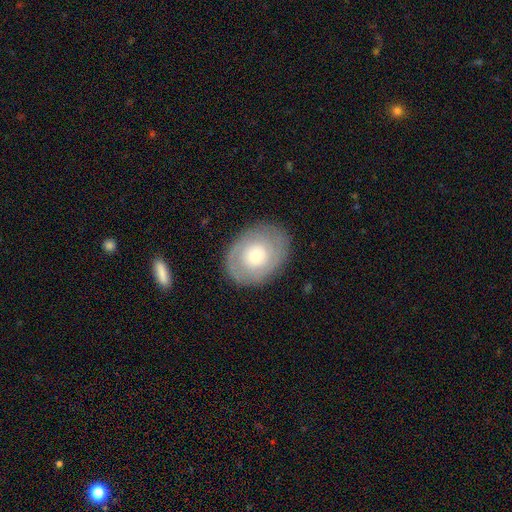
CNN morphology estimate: This appears to be a featured or disk galaxy (51%). Merging: none (83%).